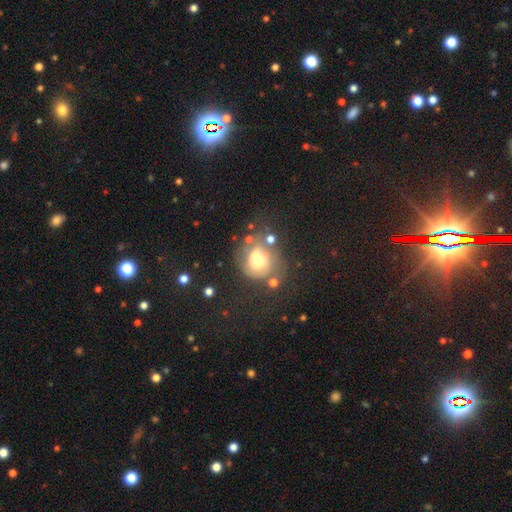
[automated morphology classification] type=smooth (47%); merging=none (38%).